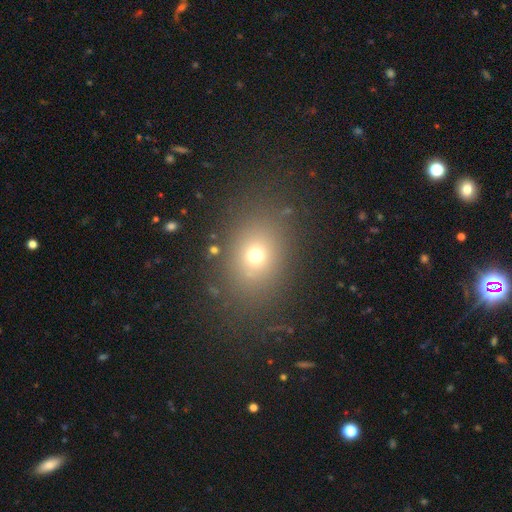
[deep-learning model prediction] smooth-or-featured: smooth: 68% | star or artifact: 20% | featured or disk: 12%
  how-rounded: in between: 53% | round: 46% | cigar-shaped: 1%
  merging: none: 82% | minor disturbance: 10% | major disturbance: 6% | merger: 2%